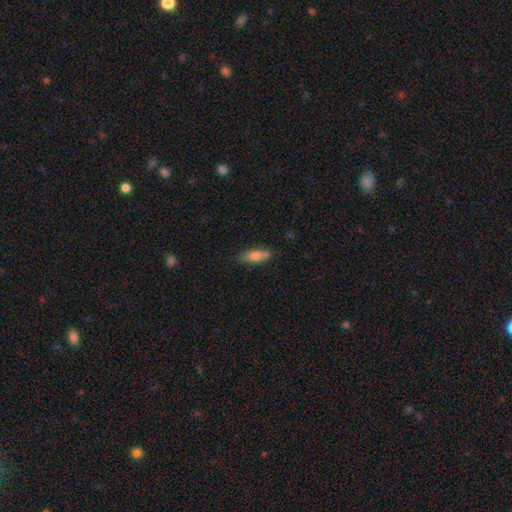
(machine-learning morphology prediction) Overall: smooth (78%). How rounded: in between (54%; cigar-shaped 44%). Merging: none (76%).